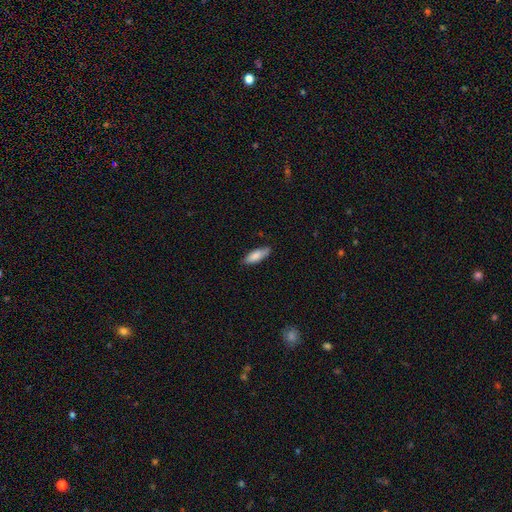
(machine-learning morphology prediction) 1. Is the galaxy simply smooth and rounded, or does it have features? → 84% smooth, 10% featured or disk, 6% star or artifact.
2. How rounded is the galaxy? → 61% in between, 38% cigar-shaped, 2% round.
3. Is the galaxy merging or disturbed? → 82% none, 15% minor disturbance, 2% major disturbance, 1% merger.